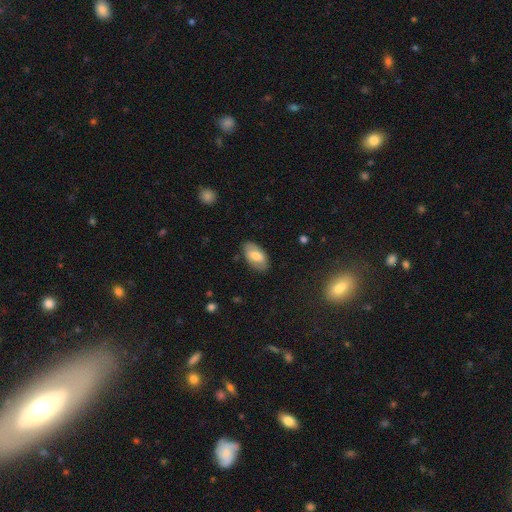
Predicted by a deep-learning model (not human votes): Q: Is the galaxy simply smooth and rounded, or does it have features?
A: smooth — 65%.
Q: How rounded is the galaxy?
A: in between — 94%.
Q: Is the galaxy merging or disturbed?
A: none — 82%.